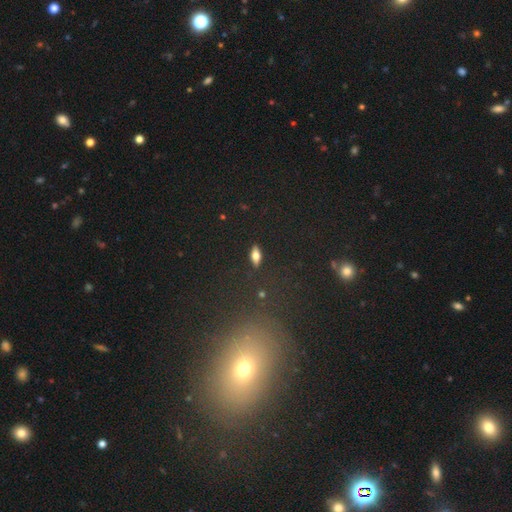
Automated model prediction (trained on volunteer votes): This appears to be a smooth galaxy with no disk features (66%) that is in between round and cigar-shaped (78%). Merging: none (89%).